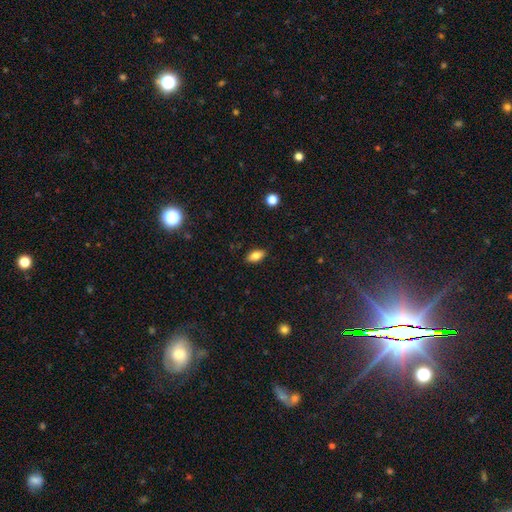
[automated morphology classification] type=smooth (81%); roundness=in between (88%); merging=none (87%).